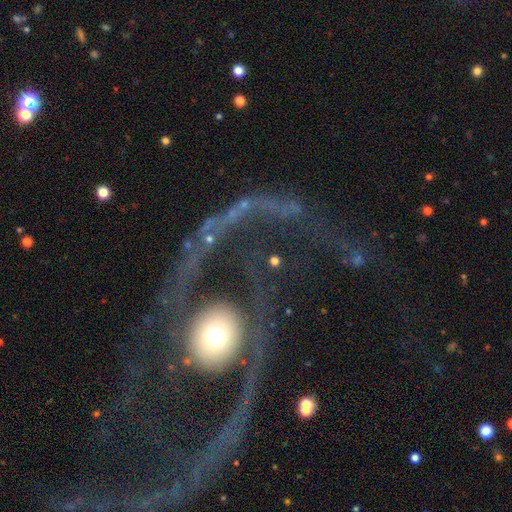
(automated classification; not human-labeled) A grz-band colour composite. It shows a featured or disk galaxy (81%) with no bar (68%), 2 (84%) loose (62%) spiral arms (76%) and a moderate central bulge (46%). Merging: none (51%).